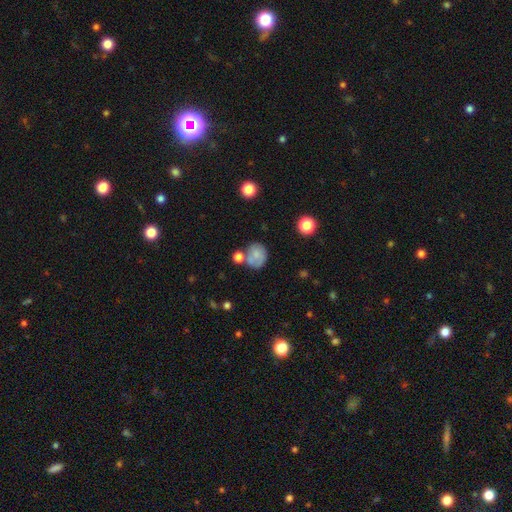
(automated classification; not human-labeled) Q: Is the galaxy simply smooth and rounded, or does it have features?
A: smooth — 70%.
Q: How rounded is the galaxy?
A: round — 72%.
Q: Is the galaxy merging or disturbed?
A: none — 50%.